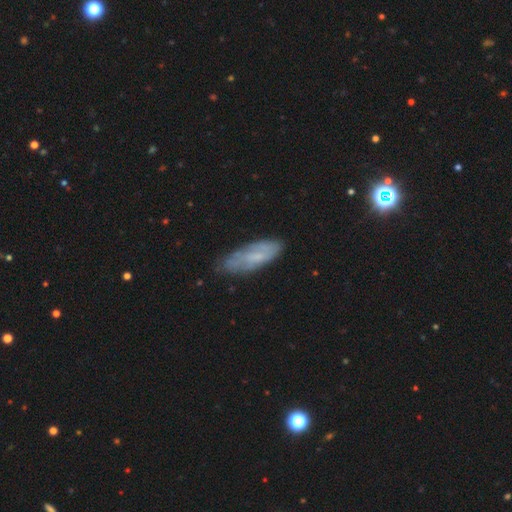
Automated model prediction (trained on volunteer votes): A smooth galaxy with no disk features (49%).

Vote fractions:
- Smooth or featured? smooth: 49% / featured or disk: 43% / star or artifact: 8%
- Merging? none: 68% / minor disturbance: 24% / major disturbance: 6% / merger: 2%